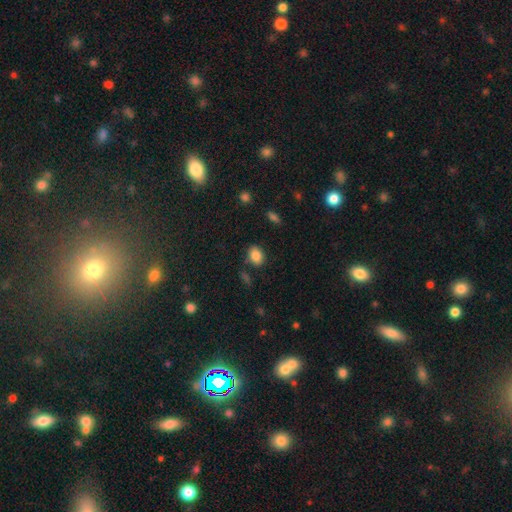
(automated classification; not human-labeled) A smooth galaxy with no disk features (85%) that is in between round and cigar-shaped (66%).

Vote fractions:
- Smooth or featured? smooth: 85% / star or artifact: 9% / featured or disk: 6%
- How rounded? in between: 66% / round: 33% / cigar-shaped: 1%
- Merging? none: 78% / minor disturbance: 14% / merger: 4% / major disturbance: 4%